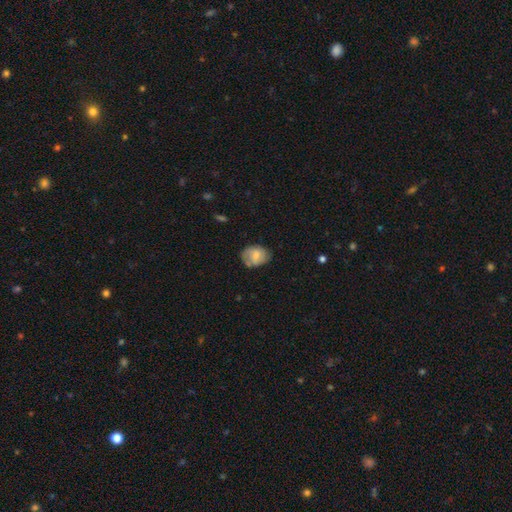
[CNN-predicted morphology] This is possibly a smooth galaxy (56%). How rounded: likely in between (60%). Merging: likely none (61%).